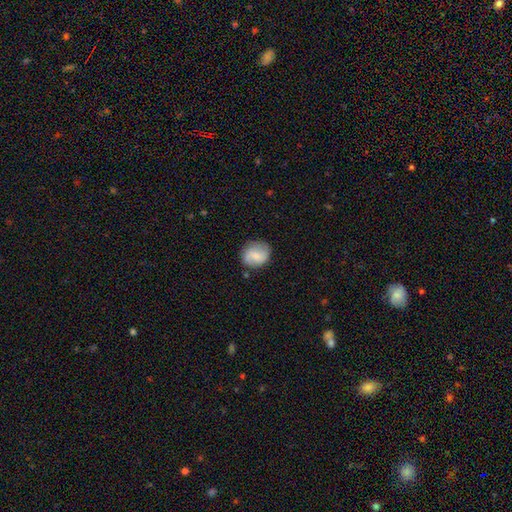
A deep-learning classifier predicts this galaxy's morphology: smooth-or-featured: smooth: 54% | featured or disk: 38% | star or artifact: 7%
  how-rounded: round: 74% | in between: 25% | cigar-shaped: 1%
  merging: none: 76% | minor disturbance: 17% | major disturbance: 4% | merger: 2%